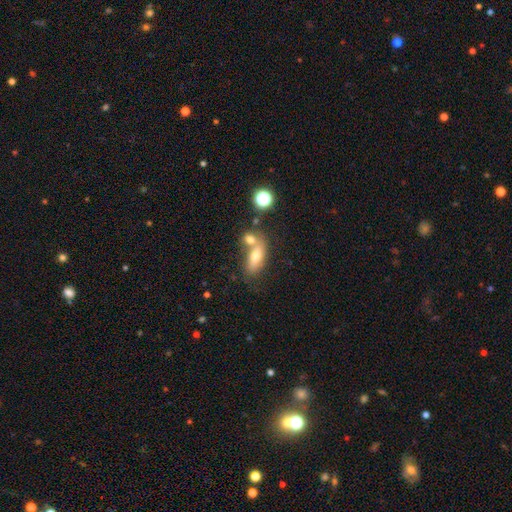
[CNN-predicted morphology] This appears to be a smooth galaxy with no disk features (68%) that is in between round and cigar-shaped (73%). Merging: merger (42%).